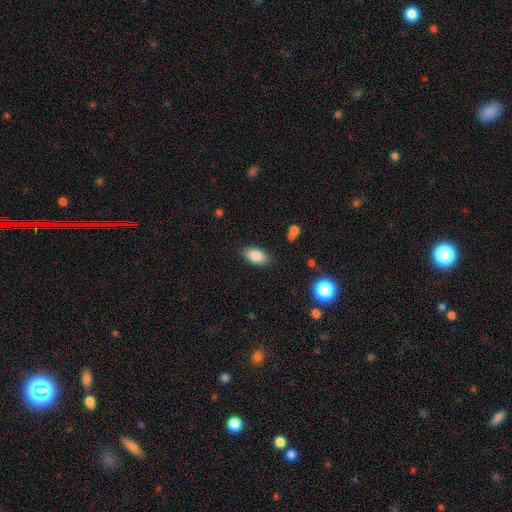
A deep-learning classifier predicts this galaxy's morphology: Smooth or featured? Predicted: smooth (p=0.88). How rounded? Predicted: in between (p=0.93). Merging? Predicted: none (p=0.86).